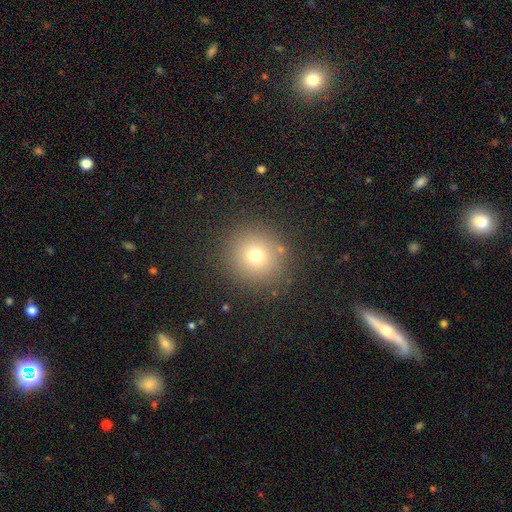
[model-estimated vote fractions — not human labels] Overall: smooth (71%). How rounded: round (93%). Merging: none (88%).